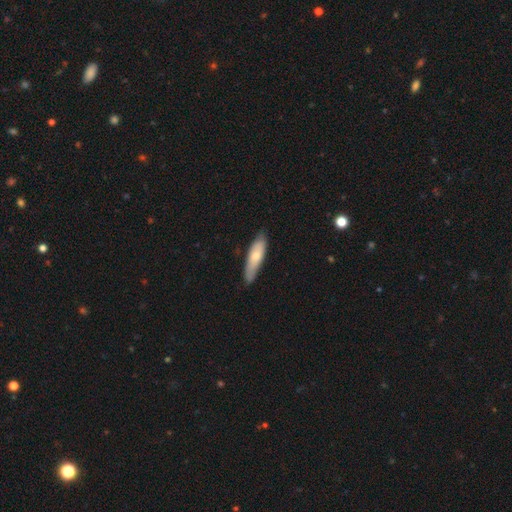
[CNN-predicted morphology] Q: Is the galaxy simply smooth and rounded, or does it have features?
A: smooth — 70%.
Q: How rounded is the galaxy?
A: cigar-shaped — 61%.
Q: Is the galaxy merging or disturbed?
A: none — 78%.